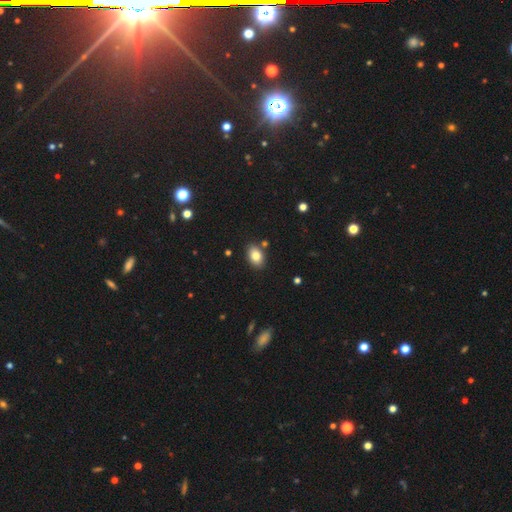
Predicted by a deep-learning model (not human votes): Smooth or featured: smooth — 83% (featured or disk — 9%)
How rounded: in between — 87% (round — 12%)
Merging: none — 83% (minor disturbance — 10%)